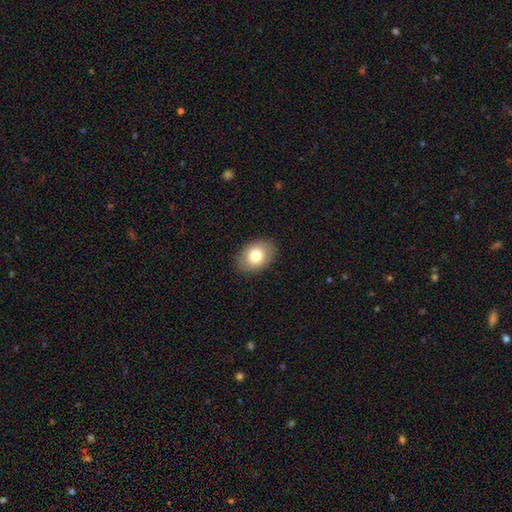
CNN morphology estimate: This appears to be a smooth galaxy with no disk features (79%) that is in between round and cigar-shaped (73%). Merging: none (87%).